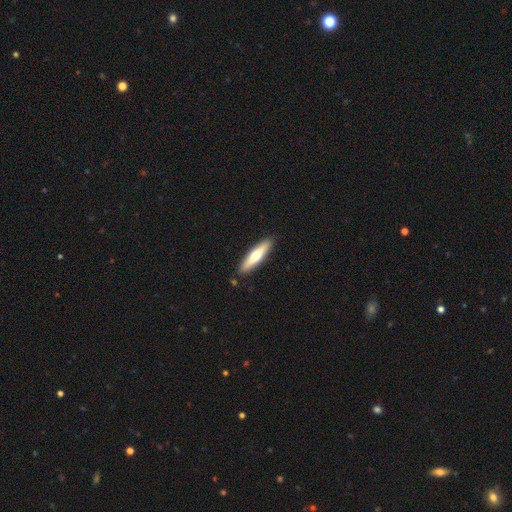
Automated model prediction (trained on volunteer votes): smooth-or-featured: smooth: 50% | featured or disk: 45% | star or artifact: 5%
  how-rounded: cigar-shaped: 81% | in between: 18% | round: 1%
  merging: none: 89% | minor disturbance: 7% | merger: 2% | major disturbance: 2%